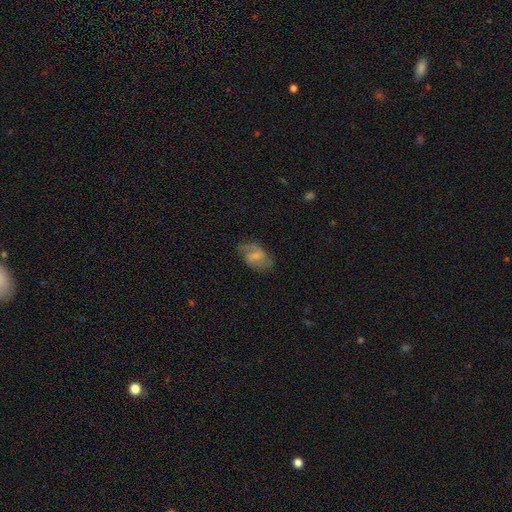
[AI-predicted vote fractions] A featured or disk galaxy (53%) with a weak bar (52%), spiral arms (81%) and a small central bulge (39%). Merging: none (61%).